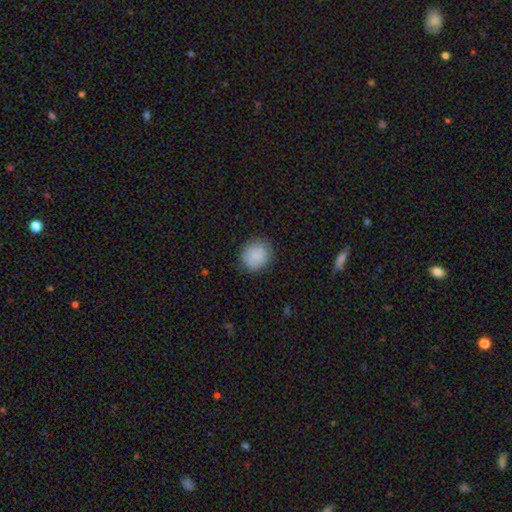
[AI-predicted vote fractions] Morphology: type=smooth (86%); roundness=round (85%); merging=none (84%).